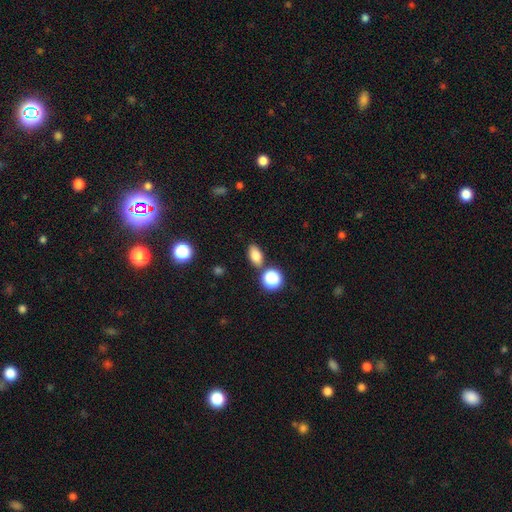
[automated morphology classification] The model was most divided on "how rounded": in between: 82%, round: 15%, cigar-shaped: 3%. More confident: smooth or featured — smooth (80%); merging — none (78%).